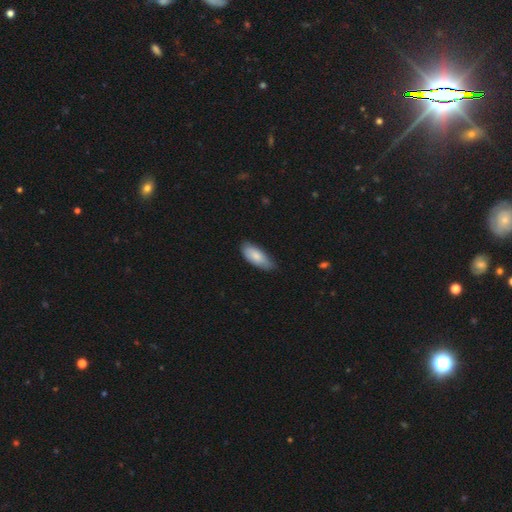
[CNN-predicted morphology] Q: Smooth or featured?
A: smooth (82%); runner-up: featured or disk (12%)
Q: How rounded?
A: in between (85%); runner-up: cigar-shaped (14%)
Q: Merging?
A: none (69%); runner-up: minor disturbance (27%)